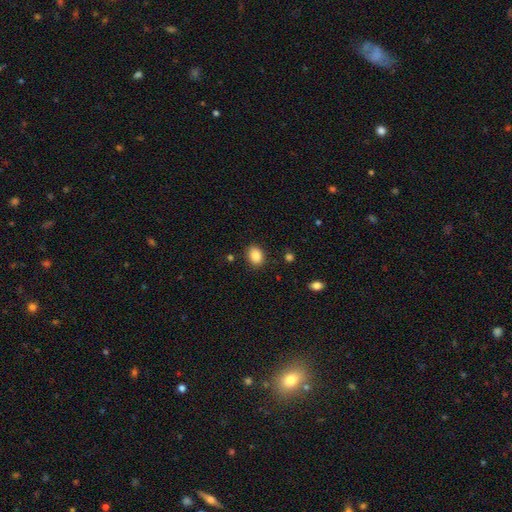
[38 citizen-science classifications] smooth 87%, star or artifact 8%, featured or disk 5%. Down the decision tree: how rounded — in between (52%); merging — none (74%).